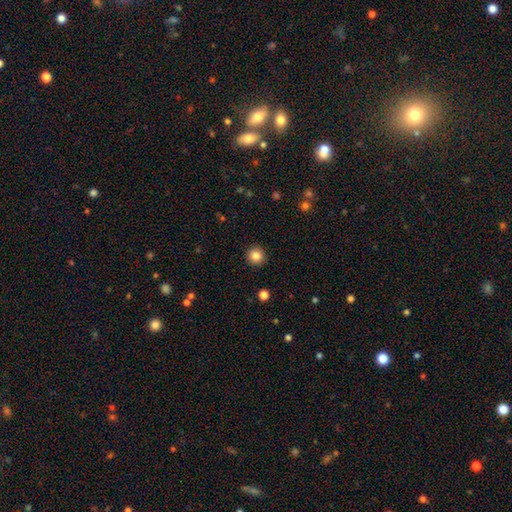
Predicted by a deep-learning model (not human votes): A smooth galaxy with no disk features (84%) that is round (94%). Merging: none (92%).